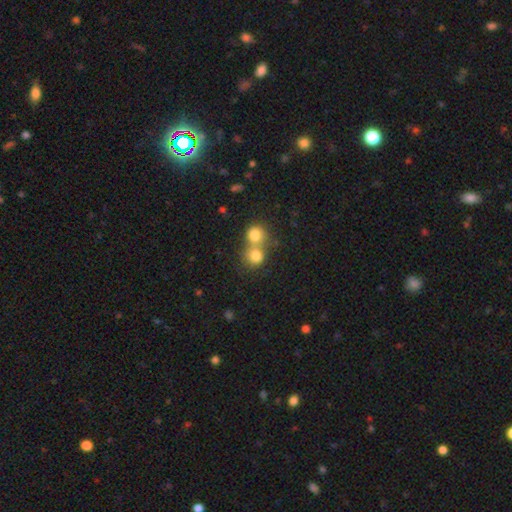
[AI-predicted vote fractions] Overall: smooth (78%). How rounded: round (85%). Merging: merger (55%; none 37%).